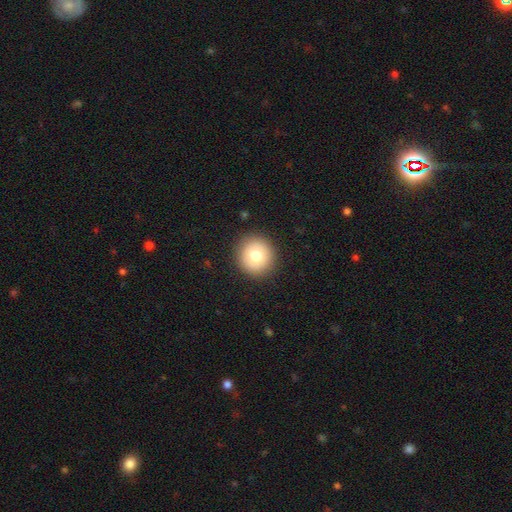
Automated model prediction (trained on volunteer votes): Smooth or featured: smooth — 77% (featured or disk — 13%)
How rounded: round — 91% (in between — 8%)
Merging: none — 90% (minor disturbance — 7%)